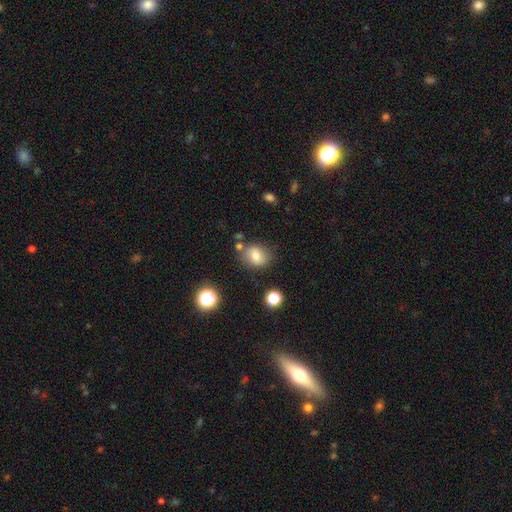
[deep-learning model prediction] Q: Smooth or featured?
A: smooth (77%); runner-up: star or artifact (12%)
Q: How rounded?
A: in between (51%); runner-up: round (48%)
Q: Merging?
A: none (71%); runner-up: minor disturbance (16%)